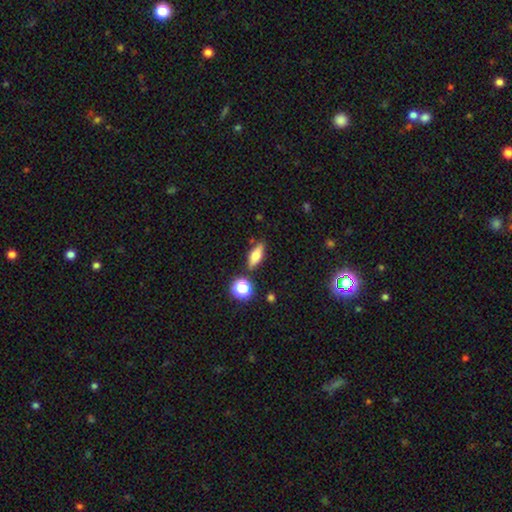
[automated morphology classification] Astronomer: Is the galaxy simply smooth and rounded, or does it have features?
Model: smooth — 62%.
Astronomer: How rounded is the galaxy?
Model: in between — 61%.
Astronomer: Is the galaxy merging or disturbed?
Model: none — 82%.